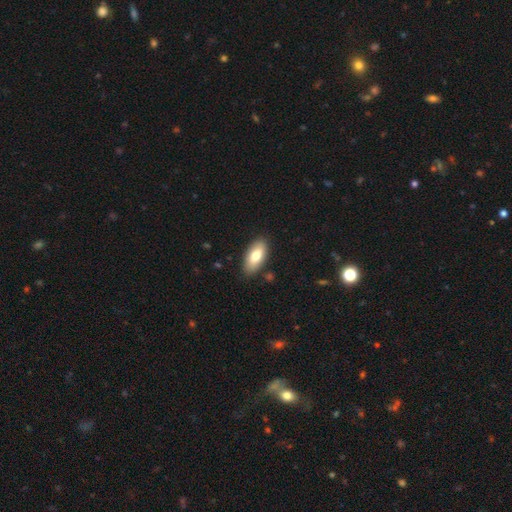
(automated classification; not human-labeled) This appears to be a smooth galaxy with no disk features (78%) that is in between round and cigar-shaped (90%). Merging: none (85%).